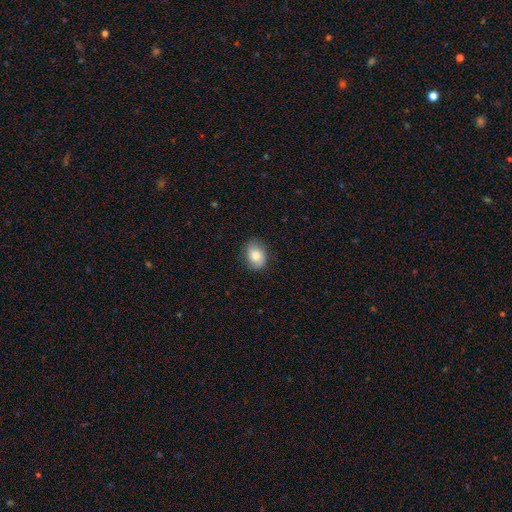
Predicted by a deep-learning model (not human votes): A smooth galaxy with no disk features (81%) that is in between round and cigar-shaped (71%). Merging: none (80%).